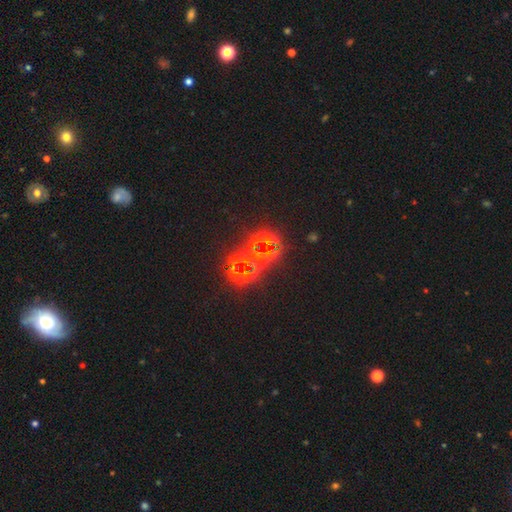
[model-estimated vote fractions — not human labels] A smooth galaxy with no disk features (49%).

Vote fractions:
- Smooth or featured? smooth: 49% / star or artifact: 36% / featured or disk: 15%
- Merging? merger: 48% / none: 42% / minor disturbance: 6% / major disturbance: 4%